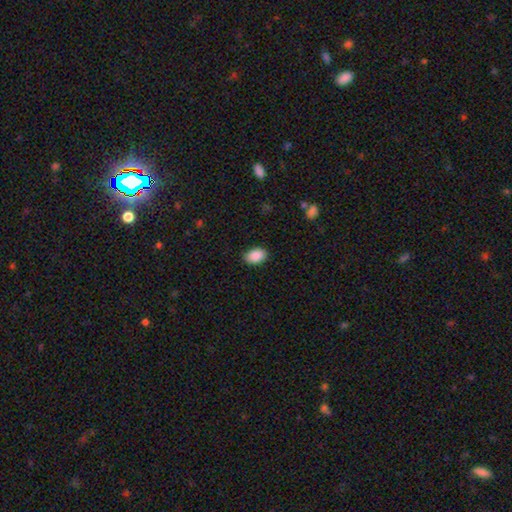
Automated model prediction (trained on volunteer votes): Smooth or featured: smooth — 90% (star or artifact — 7%)
How rounded: in between — 88% (round — 11%)
Merging: none — 87% (minor disturbance — 10%)